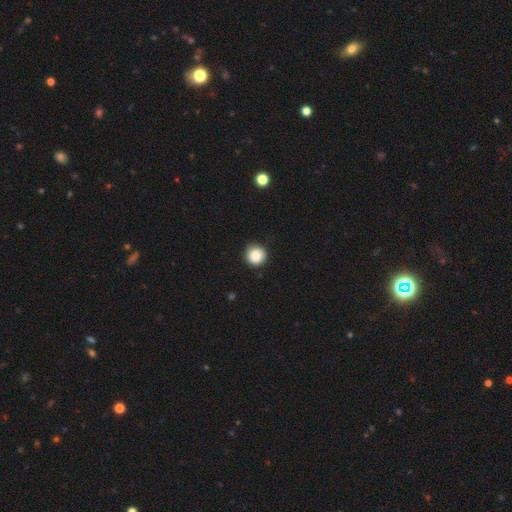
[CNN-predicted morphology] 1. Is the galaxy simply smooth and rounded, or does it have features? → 88% smooth, 9% star or artifact, 3% featured or disk.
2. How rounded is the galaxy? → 95% round, 4% in between, 1% cigar-shaped.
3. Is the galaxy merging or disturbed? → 90% none, 7% minor disturbance, 2% major disturbance, 1% merger.